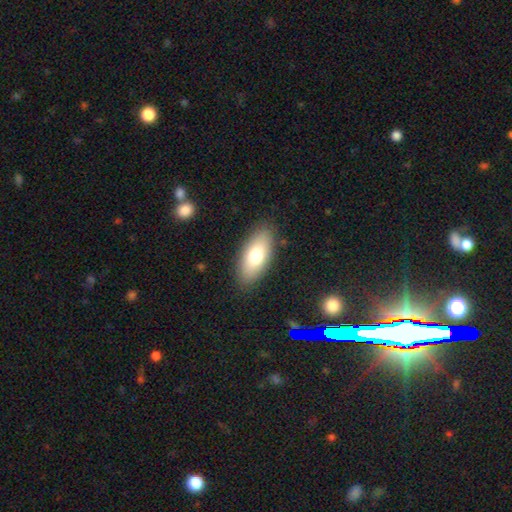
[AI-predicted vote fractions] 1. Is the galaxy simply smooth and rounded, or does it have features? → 74% smooth, 19% featured or disk, 7% star or artifact.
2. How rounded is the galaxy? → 86% in between, 11% cigar-shaped, 3% round.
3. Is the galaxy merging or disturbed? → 86% none, 10% minor disturbance, 3% major disturbance, 1% merger.